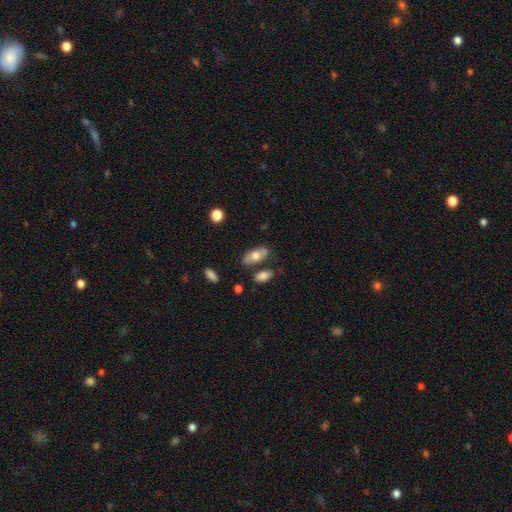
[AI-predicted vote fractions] Smooth or featured? Predicted: smooth (p=0.64). How rounded? Predicted: in between (p=0.88). Merging? Predicted: none (p=0.70).